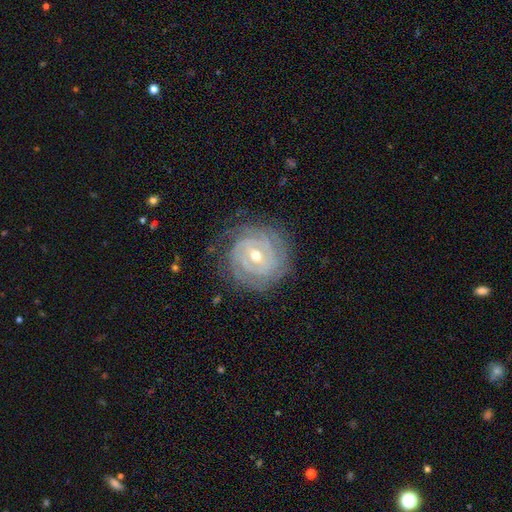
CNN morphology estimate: Q: Smooth or featured?
A: featured or disk (89%); runner-up: smooth (6%)
Q: Edge-on disk?
A: no (97%); runner-up: yes (3%)
Q: Bar?
A: weak (46%); runner-up: no (30%)
Q: Spiral arms?
A: yes (97%); runner-up: no (3%)
Q: Spiral winding?
A: tight (84%); runner-up: medium (13%)
Q: Spiral arm count?
A: can't tell (26%); runner-up: 3 (23%)
Q: Bulge size?
A: moderate (54%); runner-up: small (43%)
Q: Merging?
A: none (81%); runner-up: minor disturbance (13%)